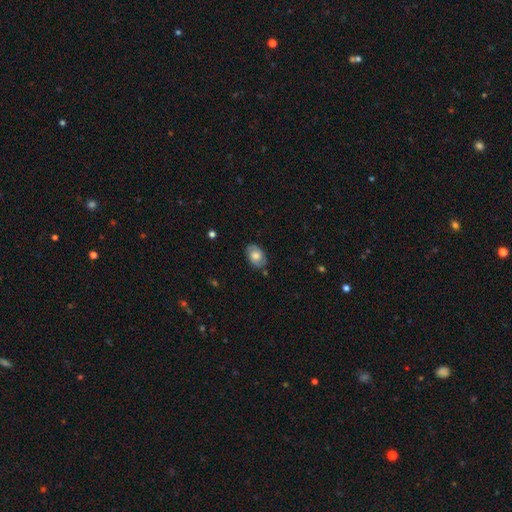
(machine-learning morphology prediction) type=featured or disk (47%); merging=none (81%).